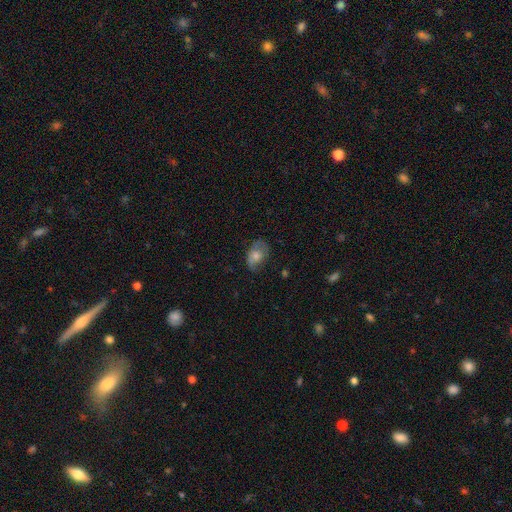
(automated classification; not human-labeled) Smooth or featured?
  - smooth: 65% *
  - featured or disk: 27%
  - star or artifact: 8%
How rounded?
  - in between: 84% *
  - round: 15%
  - cigar-shaped: 1%
Merging?
  - none: 58% *
  - minor disturbance: 29%
  - major disturbance: 12%
  - merger: 1%